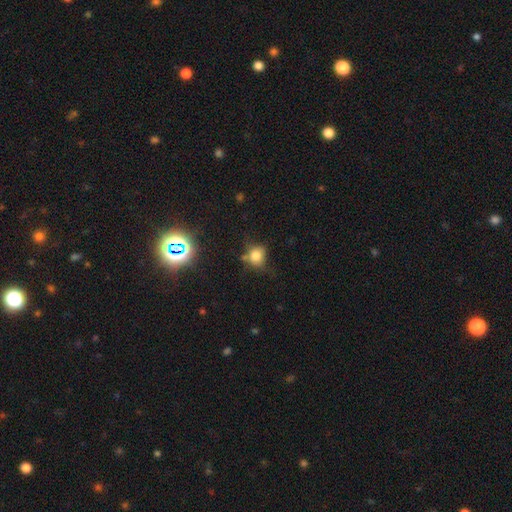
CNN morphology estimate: The model was most divided on "merging": none: 57%, minor disturbance: 26%, major disturbance: 10%, merger: 8%. More confident: how rounded — round (73%); smooth or featured — smooth (72%).